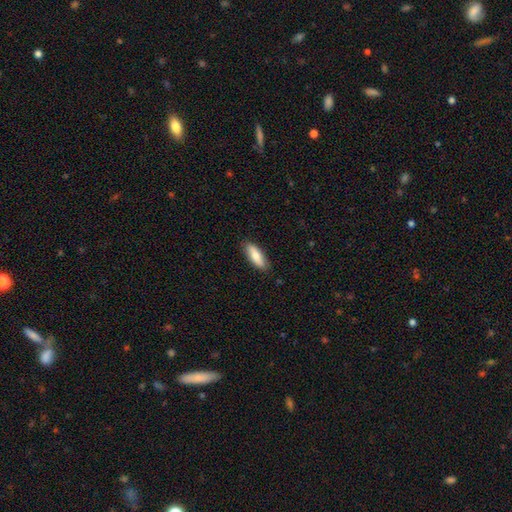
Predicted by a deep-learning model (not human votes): Overall: smooth (79%). How rounded: in between (62%; cigar-shaped 36%). Merging: none (85%).